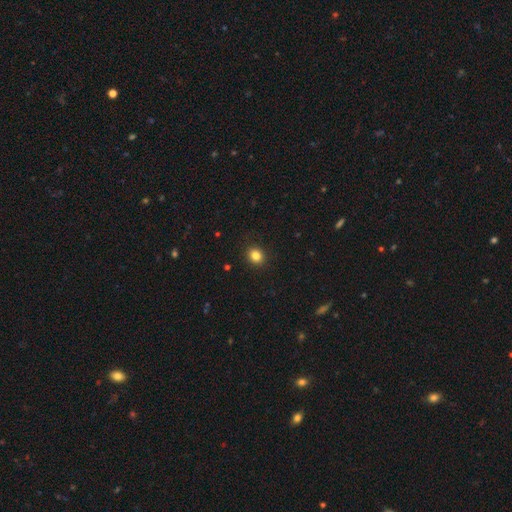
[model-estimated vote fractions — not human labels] Smooth or featured? smooth (84%)
How rounded? round (78%)
Merging? none (91%)